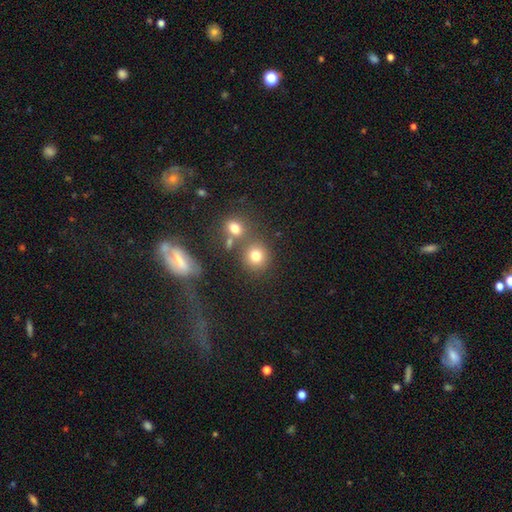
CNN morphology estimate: smooth-or-featured: smooth: 77% | star or artifact: 14% | featured or disk: 9%
  how-rounded: round: 86% | in between: 13% | cigar-shaped: 1%
  merging: none: 65% | merger: 20% | minor disturbance: 9% | major disturbance: 5%